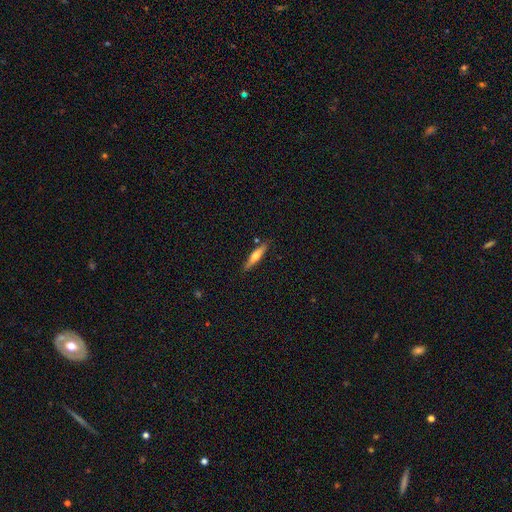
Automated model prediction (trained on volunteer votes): Overall: smooth (47%, tied with featured or disk). Merging: none (85%).